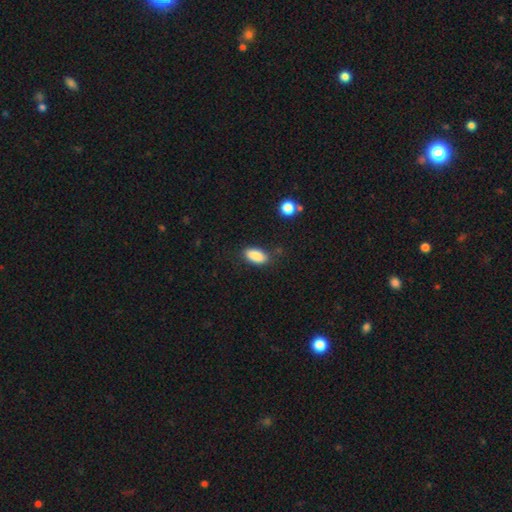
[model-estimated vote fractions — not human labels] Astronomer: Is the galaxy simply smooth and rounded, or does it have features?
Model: smooth — 88%.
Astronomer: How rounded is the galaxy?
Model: in between — 90%.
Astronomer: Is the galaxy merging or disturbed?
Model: none — 81%.